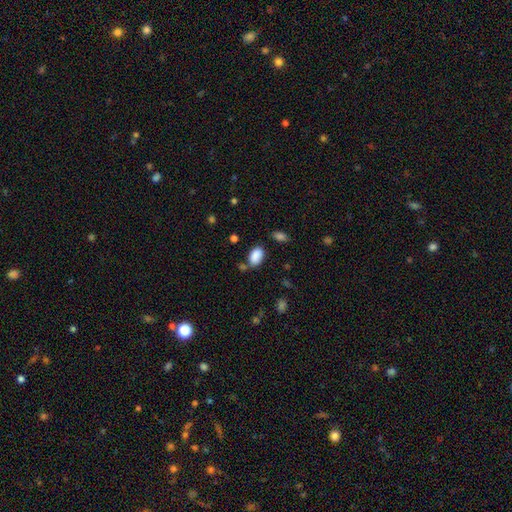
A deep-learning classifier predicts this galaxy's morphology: This appears to be a smooth galaxy with no disk features (88%) that is in between round and cigar-shaped (92%). Merging: none (69%).